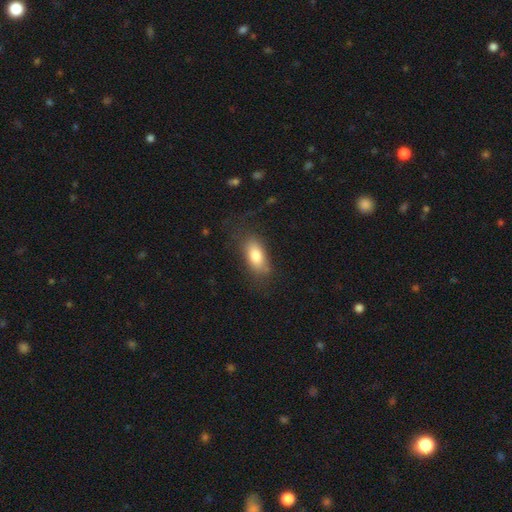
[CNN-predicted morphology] A smooth galaxy with no disk features (80%) that is in between round and cigar-shaped (86%).

Vote fractions:
- Smooth or featured? smooth: 80% / featured or disk: 13% / star or artifact: 7%
- How rounded? in between: 86% / cigar-shaped: 10% / round: 4%
- Merging? none: 69% / minor disturbance: 20% / major disturbance: 9% / merger: 2%